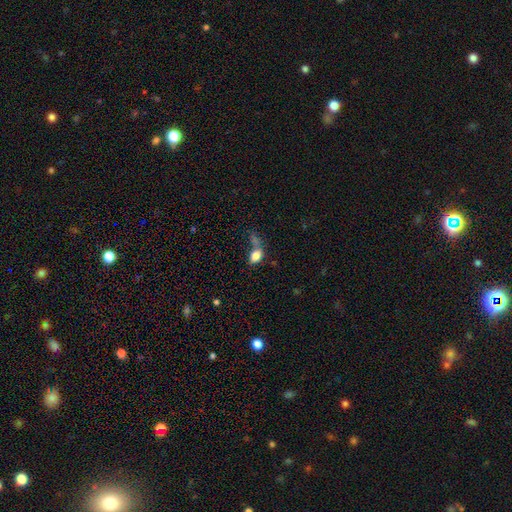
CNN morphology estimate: This appears to be a smooth galaxy with no disk features (79%) that is in between round and cigar-shaped (82%). Merging: none (39%).